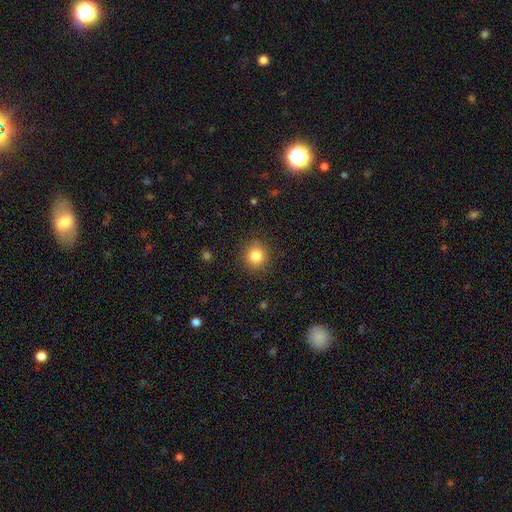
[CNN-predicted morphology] Smooth or featured?
  - smooth: 83% *
  - star or artifact: 11%
  - featured or disk: 6%
How rounded?
  - round: 92% *
  - in between: 7%
  - cigar-shaped: 1%
Merging?
  - none: 88% *
  - minor disturbance: 8%
  - major disturbance: 3%
  - merger: 1%